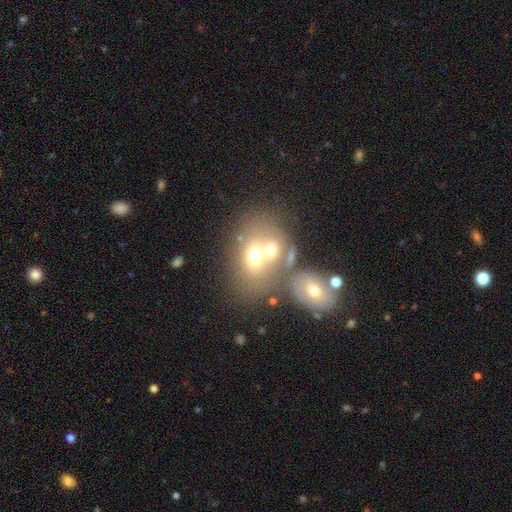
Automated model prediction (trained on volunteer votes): Smooth or featured? Predicted: smooth (p=0.61). How rounded? Predicted: in between (p=0.56). Merging? Predicted: merger (p=0.56).